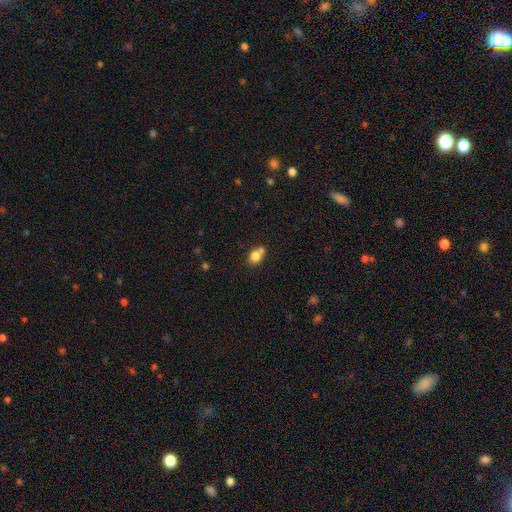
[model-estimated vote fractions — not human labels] Morphology: type=smooth (80%); roundness=round (51%); merging=none (47%).